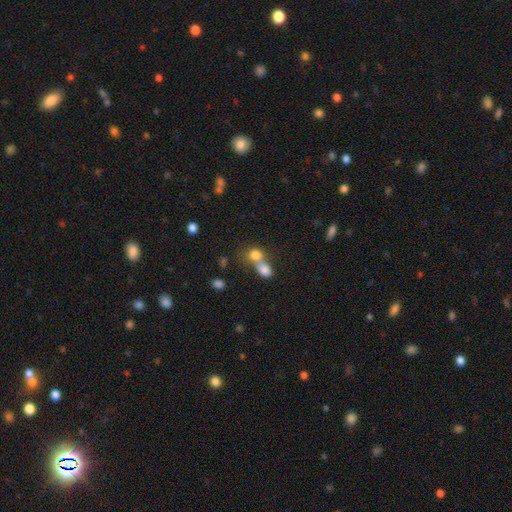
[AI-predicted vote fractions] Smooth or featured?
  - smooth: 77% *
  - featured or disk: 12%
  - star or artifact: 11%
How rounded?
  - round: 65% *
  - in between: 33%
  - cigar-shaped: 2%
Merging?
  - merger: 65% *
  - none: 25%
  - minor disturbance: 6%
  - major disturbance: 4%